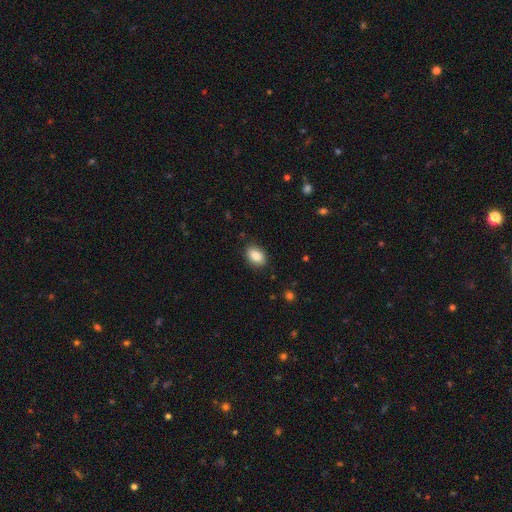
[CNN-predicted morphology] smooth-or-featured: smooth: 86% | star or artifact: 8% | featured or disk: 6%
  how-rounded: in between: 86% | round: 13% | cigar-shaped: 1%
  merging: none: 87% | minor disturbance: 10% | major disturbance: 2% | merger: 1%